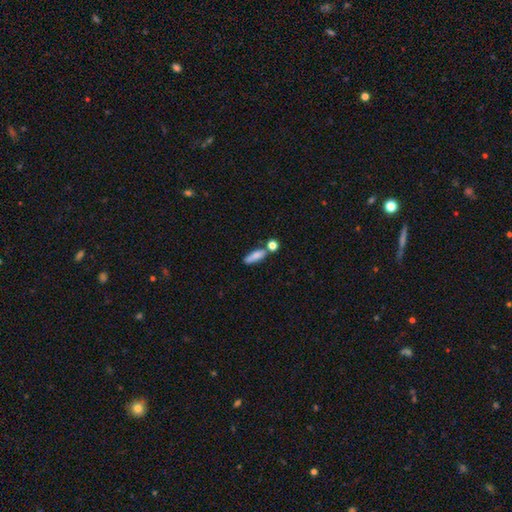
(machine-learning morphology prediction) Smooth or featured? Predicted: smooth (p=0.80). How rounded? Predicted: in between (p=0.52). Merging? Predicted: none (p=0.56).